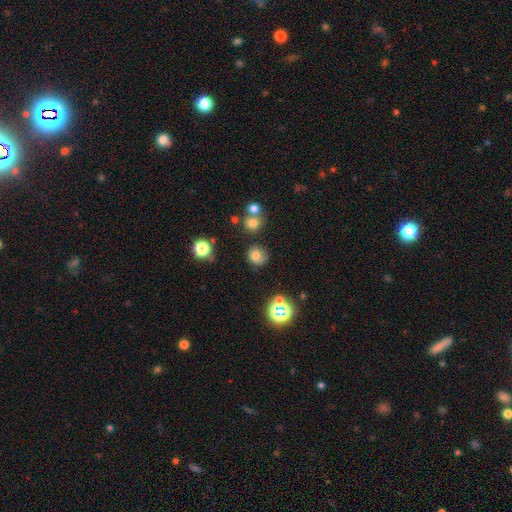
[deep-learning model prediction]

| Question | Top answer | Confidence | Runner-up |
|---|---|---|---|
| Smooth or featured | smooth | 70% | star or artifact (18%) |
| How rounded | round | 83% | in between (16%) |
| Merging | none | 67% | minor disturbance (20%) |